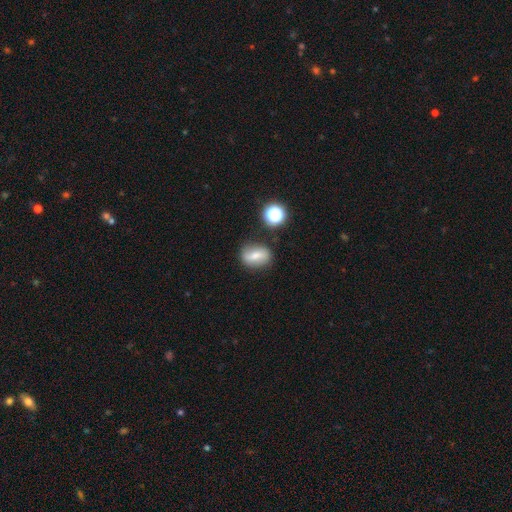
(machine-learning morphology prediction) smooth-or-featured: smooth: 53% | featured or disk: 35% | star or artifact: 12%
  how-rounded: in between: 66% | round: 30% | cigar-shaped: 4%
  merging: none: 76% | minor disturbance: 15% | major disturbance: 4% | merger: 4%